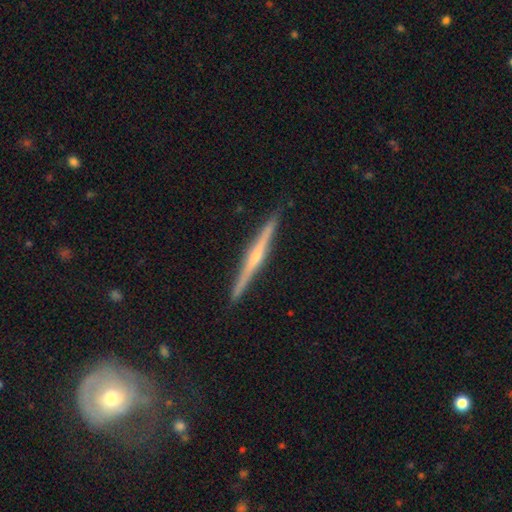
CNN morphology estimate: smooth-or-featured: featured or disk: 80% | smooth: 14% | star or artifact: 5%
  disk-edge-on: yes: 98% | no: 2%
    edge-on-bulge: rounded: 78% | none: 16% | boxy: 6%
  merging: none: 91% | minor disturbance: 6% | major disturbance: 1% | merger: 1%